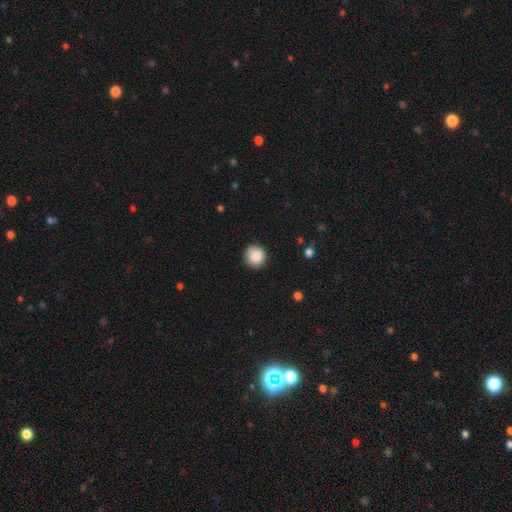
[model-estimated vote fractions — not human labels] smooth-or-featured: smooth: 89% | star or artifact: 8% | featured or disk: 3%
  how-rounded: round: 95% | in between: 4% | cigar-shaped: 1%
  merging: none: 90% | minor disturbance: 7% | major disturbance: 2% | merger: 1%